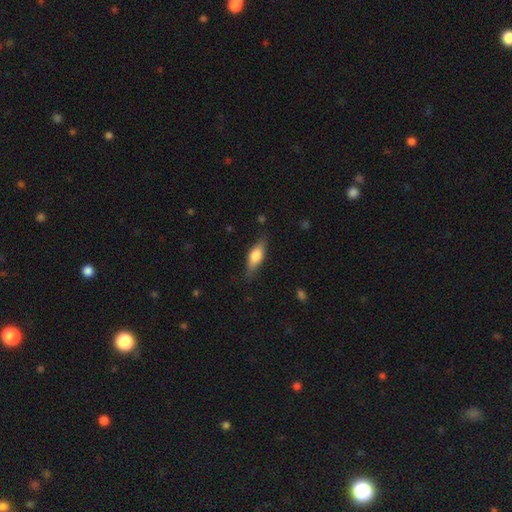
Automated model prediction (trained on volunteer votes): A smooth galaxy with no disk features (60%) that is in between round and cigar-shaped (64%).

Vote fractions:
- Smooth or featured? smooth: 60% / featured or disk: 33% / star or artifact: 6%
- How rounded? in between: 64% / cigar-shaped: 33% / round: 3%
- Merging? none: 80% / minor disturbance: 15% / major disturbance: 3% / merger: 1%